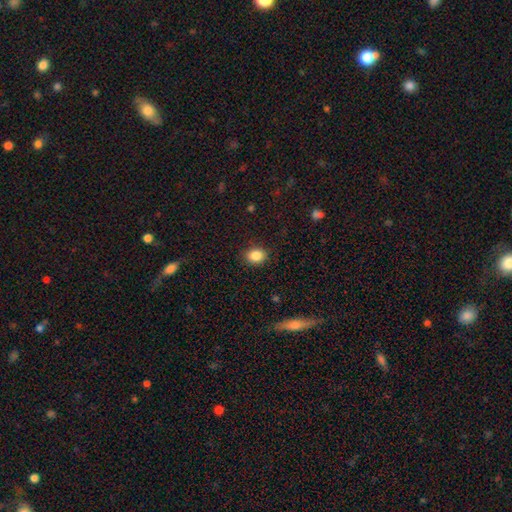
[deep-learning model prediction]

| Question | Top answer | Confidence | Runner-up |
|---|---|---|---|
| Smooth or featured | smooth | 86% | star or artifact (9%) |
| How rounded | round | 52% | in between (47%) |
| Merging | none | 88% | minor disturbance (8%) |